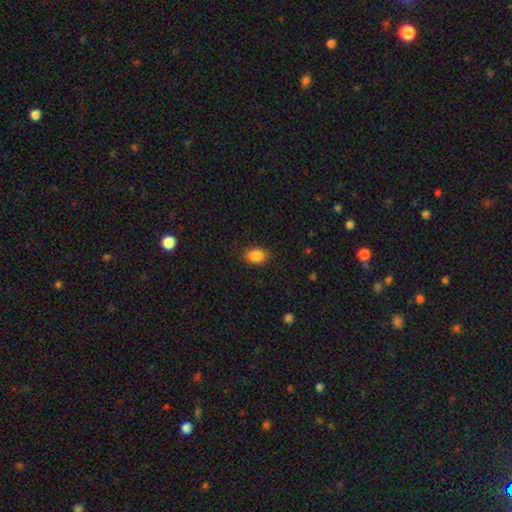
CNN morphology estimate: The model was most divided on "how rounded": in between: 73%, round: 26%, cigar-shaped: 1%. More confident: smooth or featured — smooth (87%); merging — none (85%).